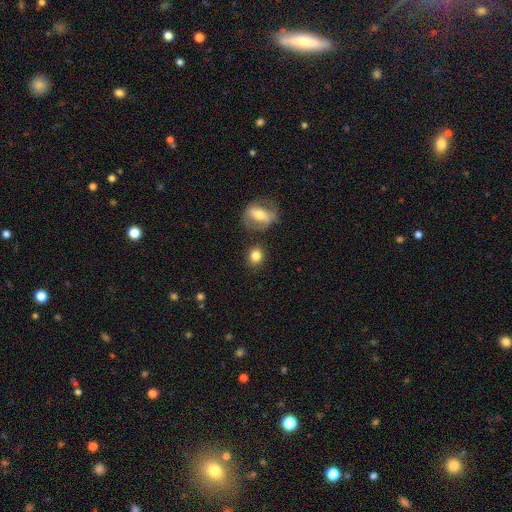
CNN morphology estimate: smooth_or_featured: smooth (p=0.81) [alt: featured or disk p=0.10]
how_rounded: round (p=0.73) [alt: in between p=0.25]
merging: none (p=0.80) [alt: minor disturbance p=0.11]